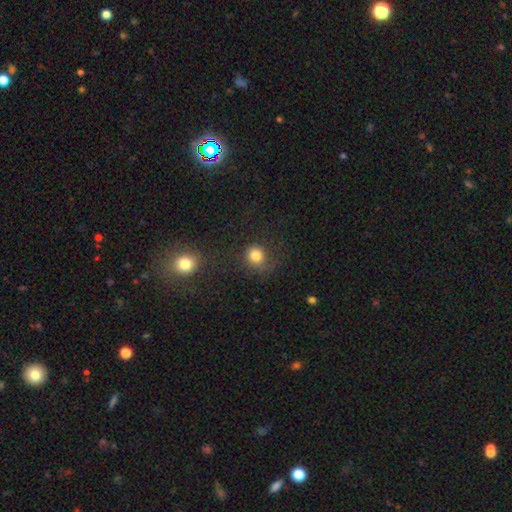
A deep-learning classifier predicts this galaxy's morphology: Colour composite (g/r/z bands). It shows a smooth galaxy with no disk features (82%) that is round (86%). Merging: none (69%).